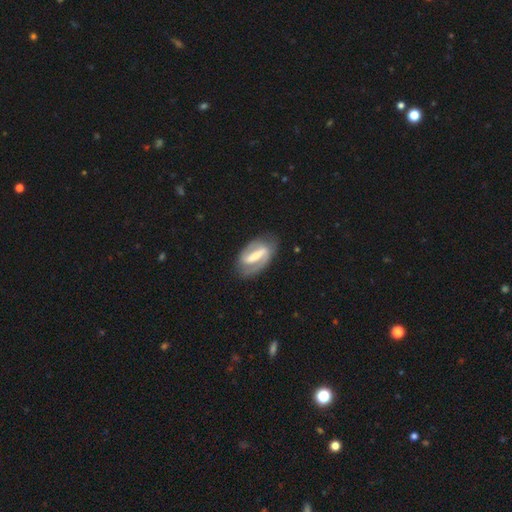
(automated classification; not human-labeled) The model was most divided on "bulge size": moderate: 39%, small: 35%, large: 12%, none: 12%, dominant: 2%. Remaining: edge-on disk — no (94%); spiral arms — yes (84%); spiral arm count — 2 (82%); smooth or featured — featured or disk (79%); merging — none (75%); bar — strong (72%); spiral winding — medium (43%).